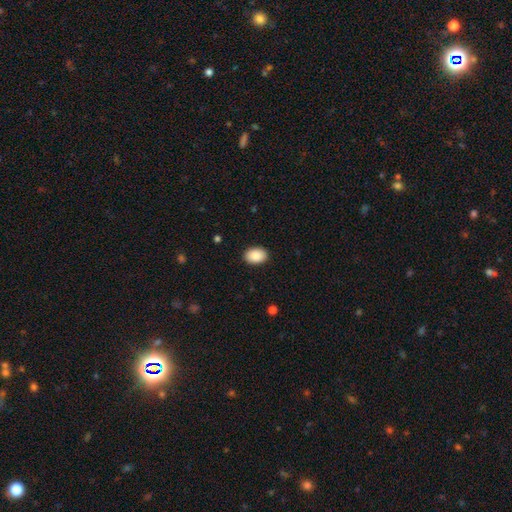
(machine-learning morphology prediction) Smooth or featured? smooth (90%)
How rounded? in between (85%)
Merging? none (90%)